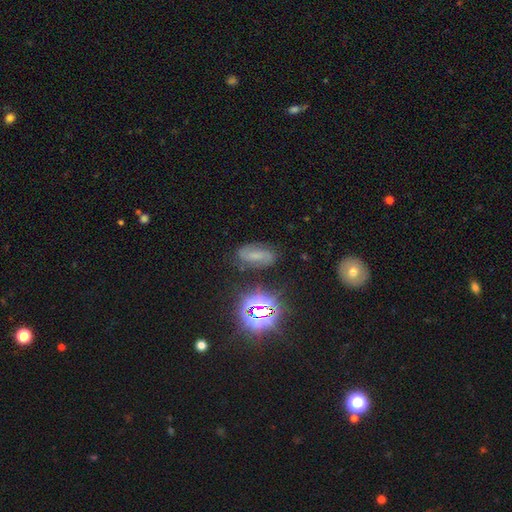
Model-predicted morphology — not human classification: A featured or disk galaxy (45%).

Vote fractions:
- Smooth or featured? featured or disk: 45% / smooth: 30% / star or artifact: 25%
- Merging? none: 73% / minor disturbance: 18% / major disturbance: 7% / merger: 3%